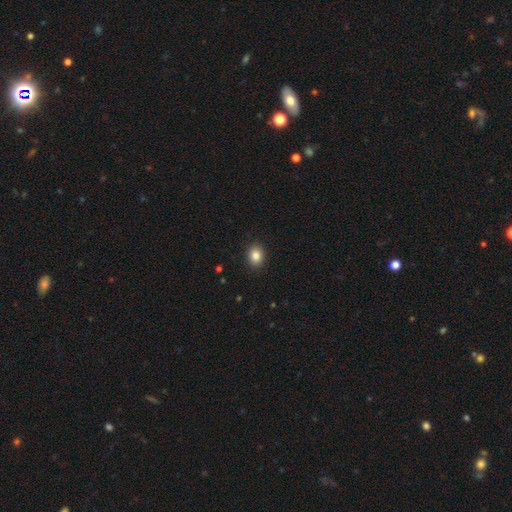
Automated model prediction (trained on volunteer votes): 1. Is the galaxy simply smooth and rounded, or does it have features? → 85% smooth, 10% star or artifact, 6% featured or disk.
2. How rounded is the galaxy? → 51% in between, 48% round, 1% cigar-shaped.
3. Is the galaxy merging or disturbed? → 90% none, 7% minor disturbance, 2% major disturbance, 1% merger.